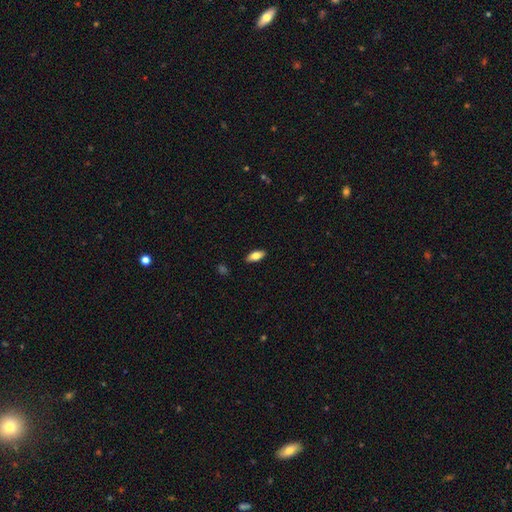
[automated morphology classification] smooth_or_featured: smooth (p=0.74) [alt: featured or disk p=0.19]
how_rounded: in between (p=0.83) [alt: cigar-shaped p=0.14]
merging: none (p=0.88) [alt: minor disturbance p=0.09]